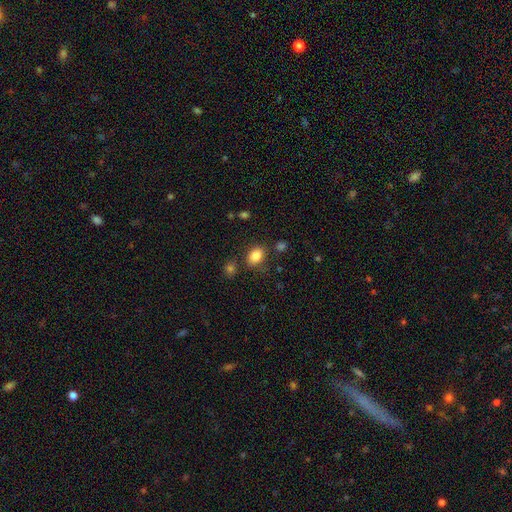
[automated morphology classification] Smooth or featured? smooth (85%)
How rounded? in between (72%)
Merging? none (76%)